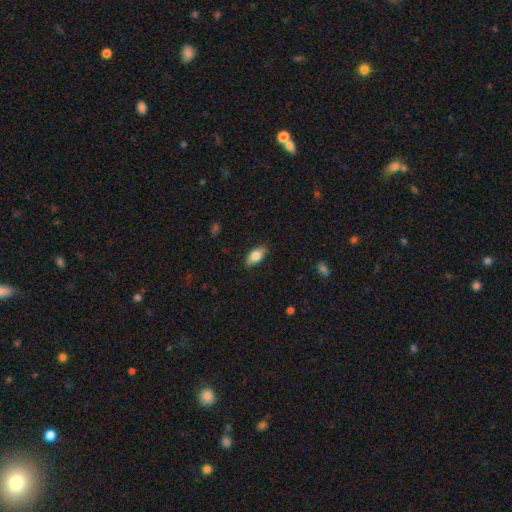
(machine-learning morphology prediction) The model was most divided on "smooth or featured": smooth: 78%, featured or disk: 15%, star or artifact: 7%. More confident: how rounded — in between (90%); merging — none (86%).